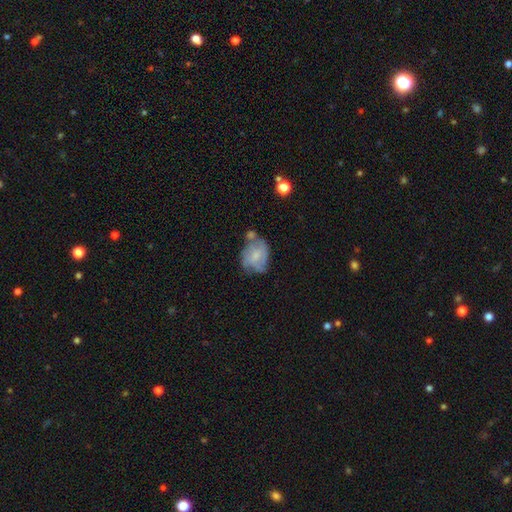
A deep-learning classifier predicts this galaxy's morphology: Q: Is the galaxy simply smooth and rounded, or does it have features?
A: smooth — 46%, tied with featured or disk.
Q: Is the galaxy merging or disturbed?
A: none — 37%.